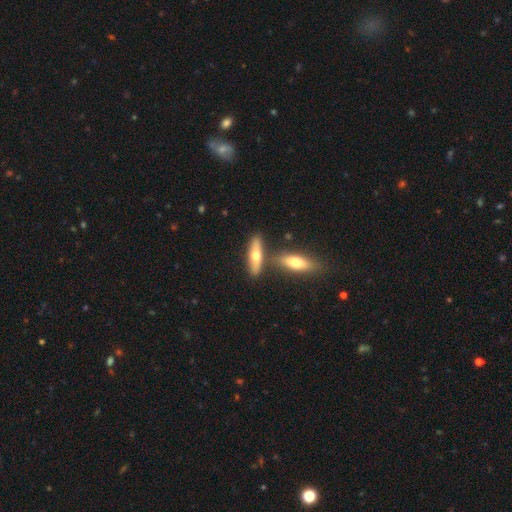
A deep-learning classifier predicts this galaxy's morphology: The model was most divided on "smooth or featured": smooth: 56%, featured or disk: 38%, star or artifact: 6%. More confident: merging — none (66%); how rounded — cigar-shaped (59%).